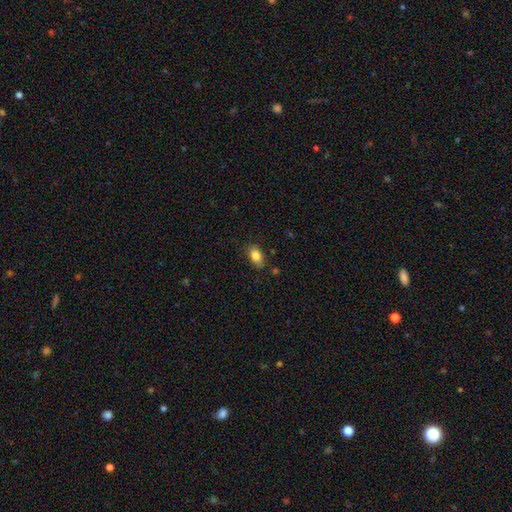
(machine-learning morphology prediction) Smooth or featured? smooth (84%)
How rounded? in between (88%)
Merging? none (81%)